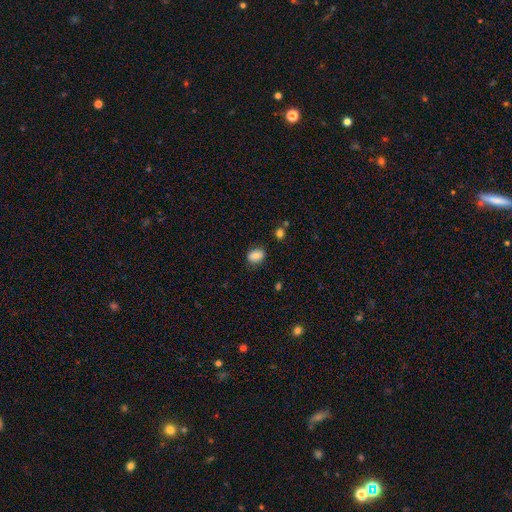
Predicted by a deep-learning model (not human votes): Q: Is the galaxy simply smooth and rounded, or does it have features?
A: smooth — 83%.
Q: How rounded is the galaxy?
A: in between — 66%.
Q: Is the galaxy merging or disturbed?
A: none — 79%.